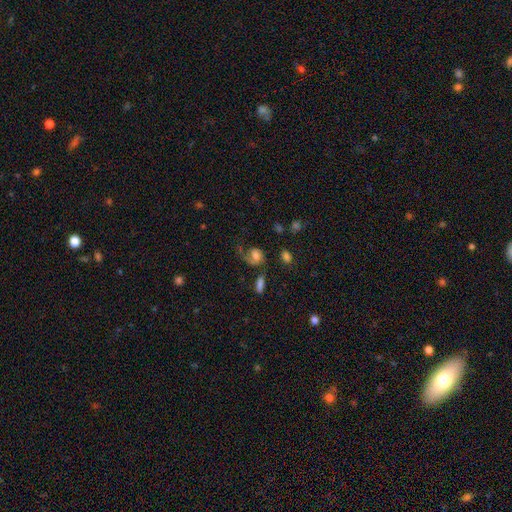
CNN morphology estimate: featured or disk 52%, smooth 38%, star or artifact 10%. Down the decision tree: edge-on disk — no (96%); merging — none (39%).